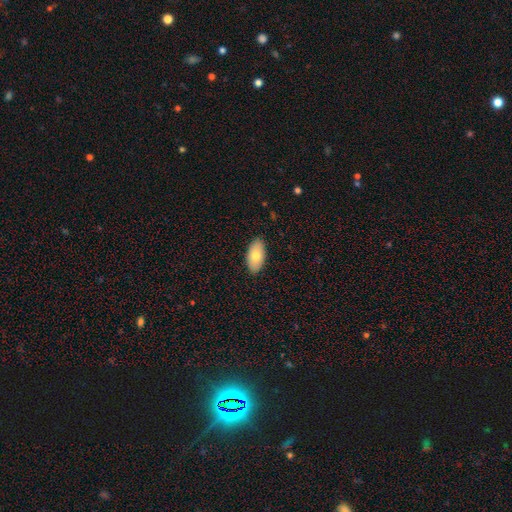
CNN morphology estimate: A smooth galaxy with no disk features (75%) that is in between round and cigar-shaped (94%).

Vote fractions:
- Smooth or featured? smooth: 75% / featured or disk: 19% / star or artifact: 6%
- How rounded? in between: 94% / round: 3% / cigar-shaped: 3%
- Merging? none: 88% / minor disturbance: 9% / major disturbance: 2% / merger: 1%